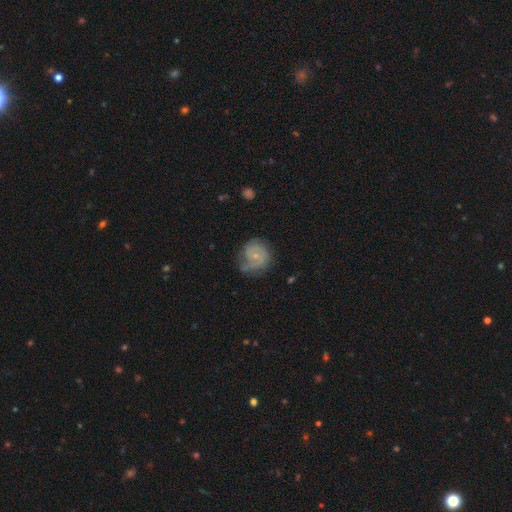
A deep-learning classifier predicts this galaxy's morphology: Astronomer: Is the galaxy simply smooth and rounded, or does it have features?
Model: featured or disk — 66%.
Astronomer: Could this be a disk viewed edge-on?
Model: no — 98%.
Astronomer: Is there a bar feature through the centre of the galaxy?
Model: no — 61%.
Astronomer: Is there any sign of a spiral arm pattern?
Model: yes — 87%.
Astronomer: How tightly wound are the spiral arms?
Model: tight — 46% (runner-up: medium, 39%).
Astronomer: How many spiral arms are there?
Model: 2 — 53%.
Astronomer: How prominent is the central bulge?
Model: small — 70%.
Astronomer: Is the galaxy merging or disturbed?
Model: none — 57%.